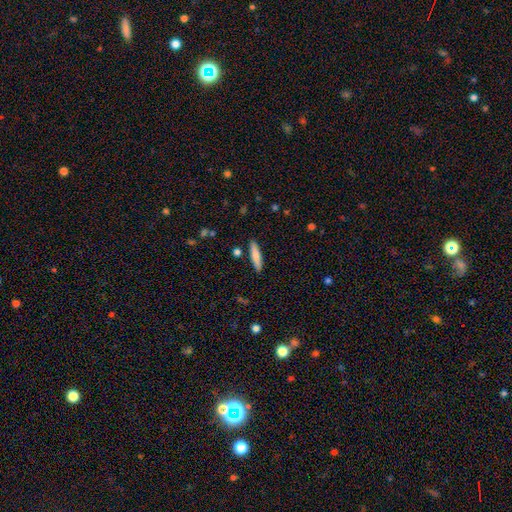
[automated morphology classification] A smooth galaxy with no disk features (75%) that is cigar-shaped (76%). Merging: none (88%).